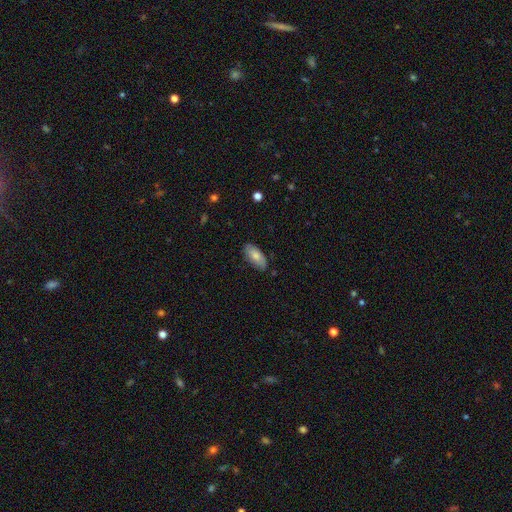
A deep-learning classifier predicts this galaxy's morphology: Smooth or featured? smooth (78%)
How rounded? in between (90%)
Merging? none (82%)